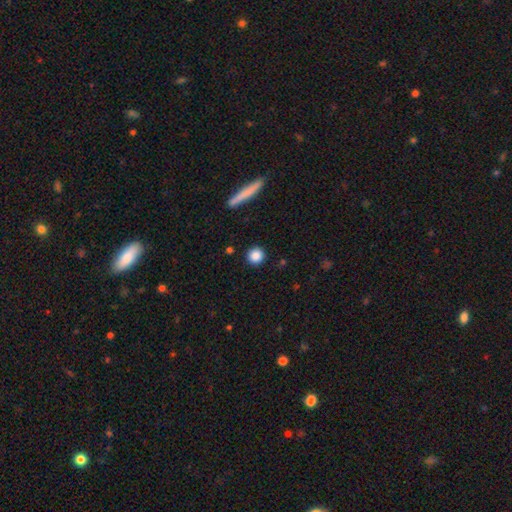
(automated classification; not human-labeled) Smooth or featured? Predicted: smooth (p=0.86). How rounded? Predicted: round (p=0.93). Merging? Predicted: none (p=0.90).